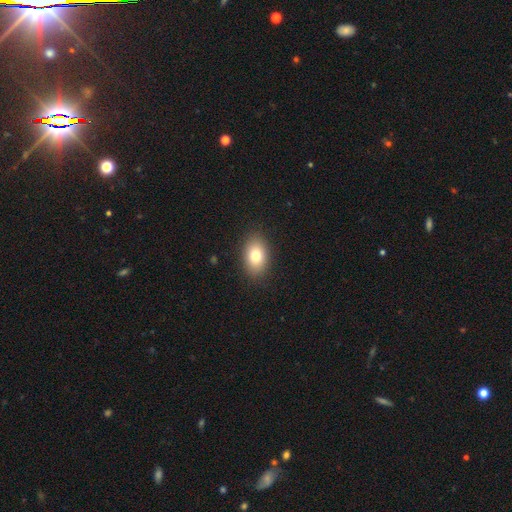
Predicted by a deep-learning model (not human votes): This appears to be a smooth galaxy with no disk features (79%) that is in between round and cigar-shaped (85%). Merging: none (88%).